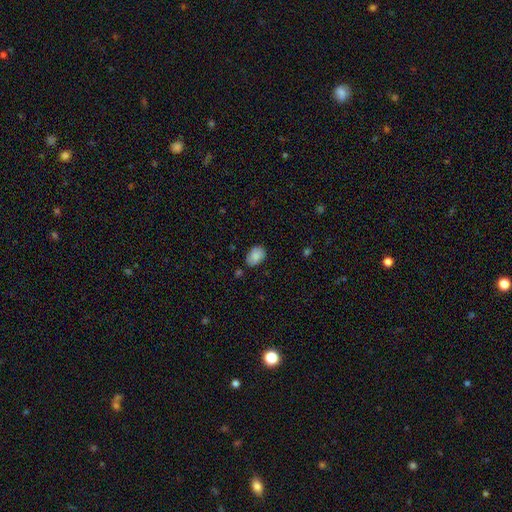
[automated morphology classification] This is clearly a smooth galaxy (84%). How rounded: clearly in between (81%). Merging: likely none (77%).